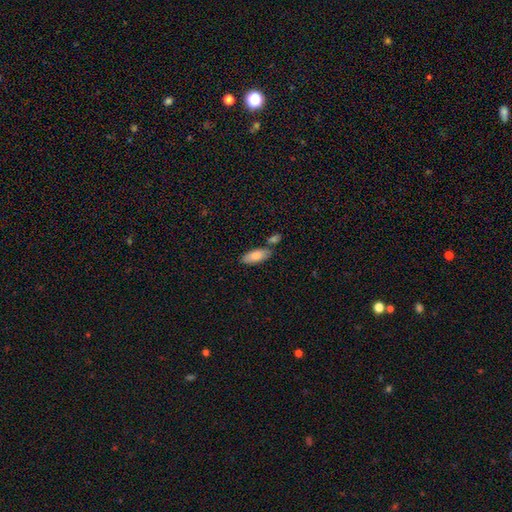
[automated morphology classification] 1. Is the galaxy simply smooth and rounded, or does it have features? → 80% smooth, 13% featured or disk, 6% star or artifact.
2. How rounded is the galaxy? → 81% in between, 17% cigar-shaped, 2% round.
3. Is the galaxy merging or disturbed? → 67% none, 17% merger, 13% minor disturbance, 3% major disturbance.